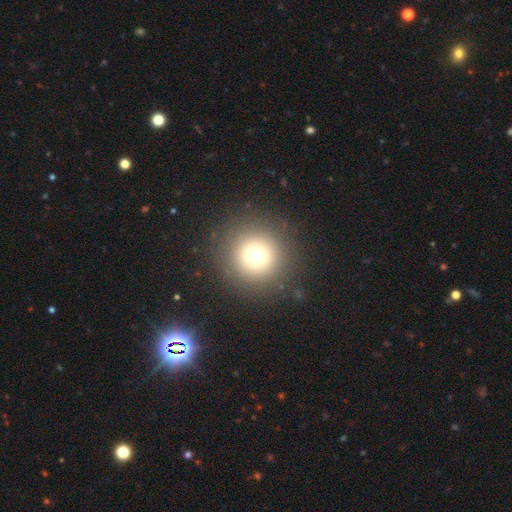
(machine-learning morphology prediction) Q: Smooth or featured?
A: smooth (71%); runner-up: star or artifact (18%)
Q: How rounded?
A: round (96%); runner-up: in between (3%)
Q: Merging?
A: none (89%); runner-up: minor disturbance (6%)